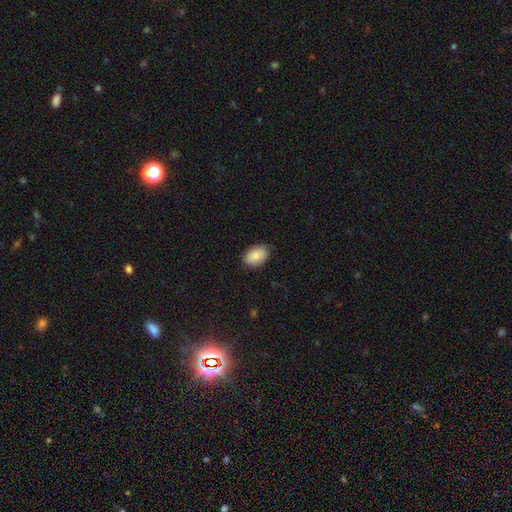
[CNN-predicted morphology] smooth 89%, star or artifact 6%, featured or disk 5%. Down the decision tree: how rounded — in between (89%); merging — none (85%).